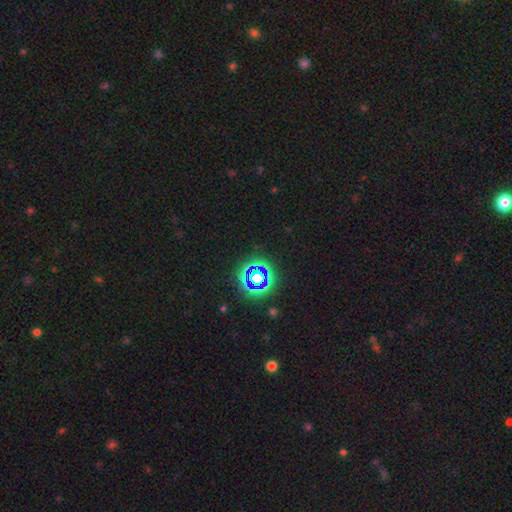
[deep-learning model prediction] Morphology: type=star or artifact (51%).